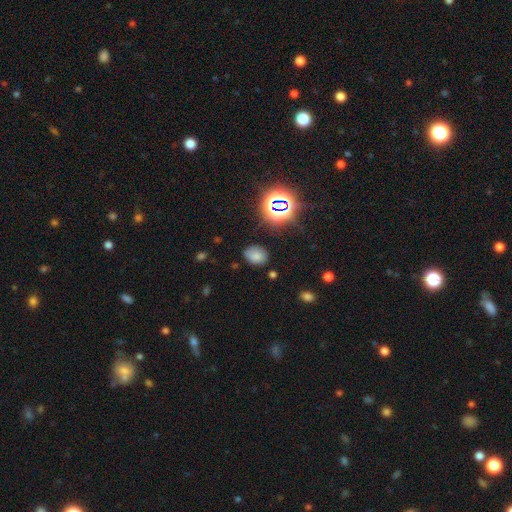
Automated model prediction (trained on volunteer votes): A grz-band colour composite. It shows a smooth galaxy with no disk features (71%) that is in between round and cigar-shaped (60%). Merging: none (78%).